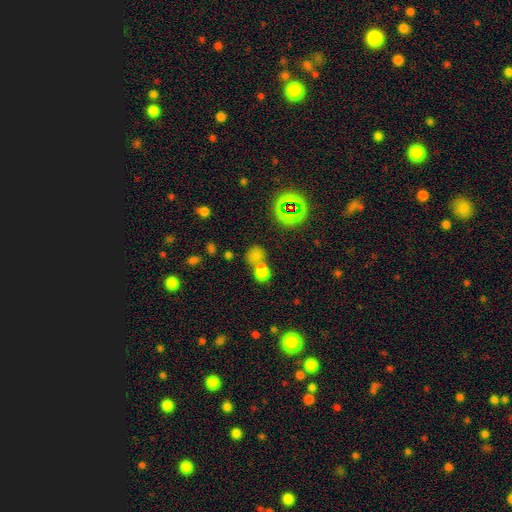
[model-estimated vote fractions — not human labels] Overall: smooth (69%). How rounded: round (57%; in between 41%). Merging: merger (51%; none 36%).